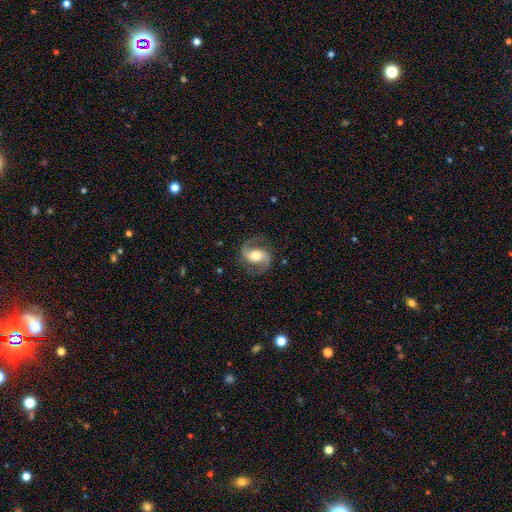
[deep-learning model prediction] Overall: featured or disk (90%). Edge-on disk: no (98%). Bar: weak (39%; no 38%). Spiral arms: yes (97%). Spiral arm count: 2 (94%). Spiral winding: medium (55%; loose 32%). Bulge size: moderate (65%). Merging: none (83%).